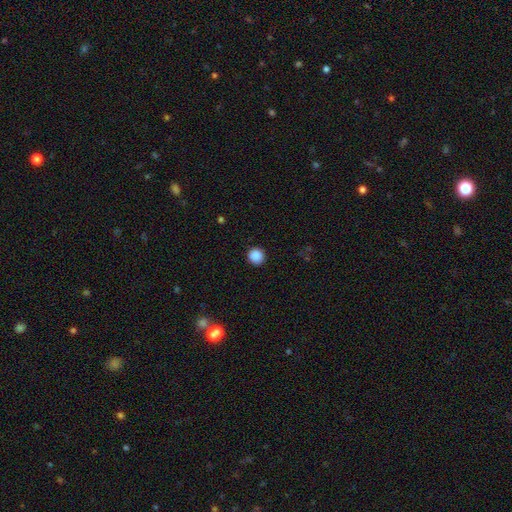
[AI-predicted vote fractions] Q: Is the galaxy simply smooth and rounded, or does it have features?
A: smooth — 89%.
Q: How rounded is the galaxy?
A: round — 93%.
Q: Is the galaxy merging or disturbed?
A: none — 92%.